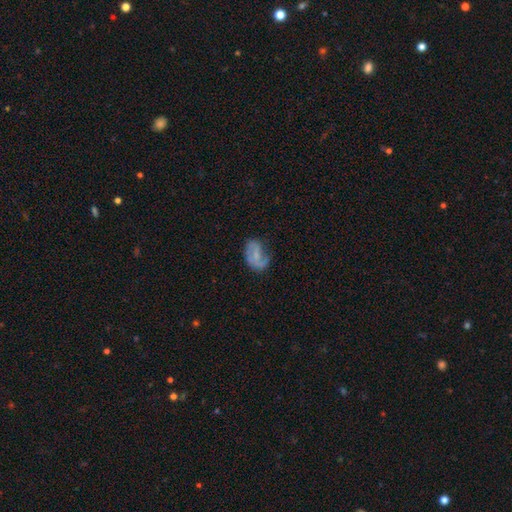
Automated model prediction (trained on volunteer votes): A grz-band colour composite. It shows a featured or disk galaxy (59%) with no bar (49%), spiral arms (81%) and a small central bulge (44%). Merging: none (47%).